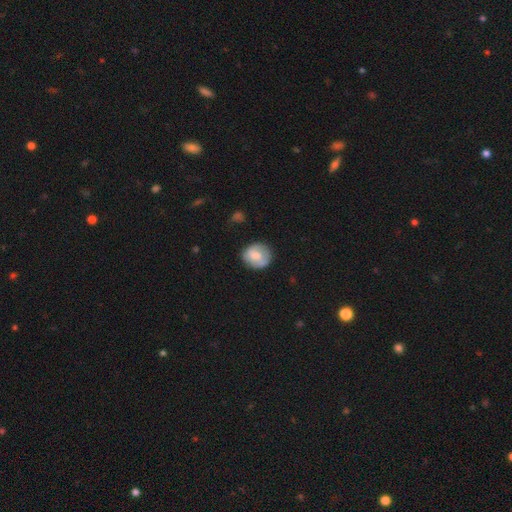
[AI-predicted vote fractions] Smooth or featured? Predicted: smooth (p=0.64). How rounded? Predicted: round (p=0.79). Merging? Predicted: none (p=0.70).